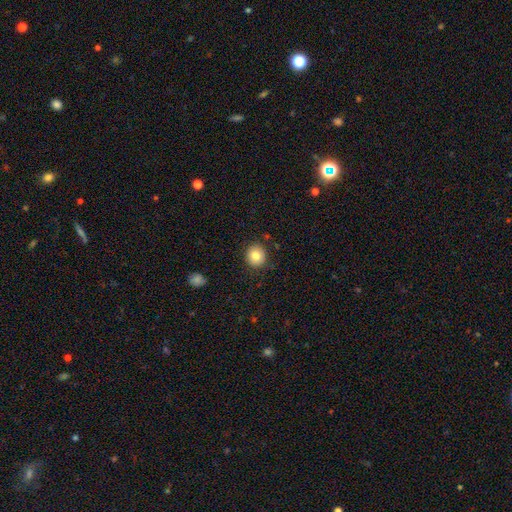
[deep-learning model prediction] Morphology: type=smooth (81%); roundness=round (87%); merging=none (89%).